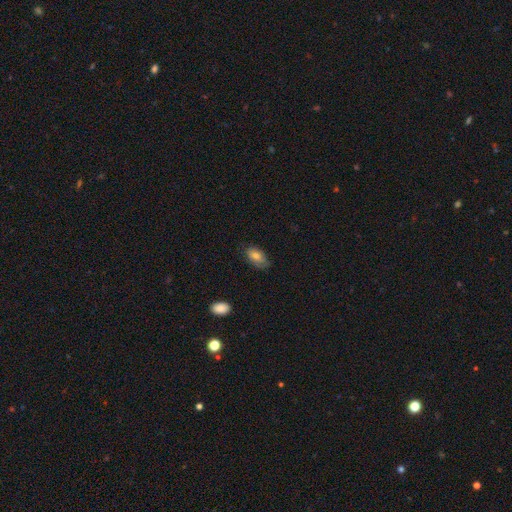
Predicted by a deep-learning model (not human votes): A smooth galaxy with no disk features (73%) that is in between round and cigar-shaped (92%).

Vote fractions:
- Smooth or featured? smooth: 73% / featured or disk: 19% / star or artifact: 7%
- How rounded? in between: 92% / round: 5% / cigar-shaped: 3%
- Merging? none: 66% / minor disturbance: 26% / major disturbance: 6% / merger: 1%